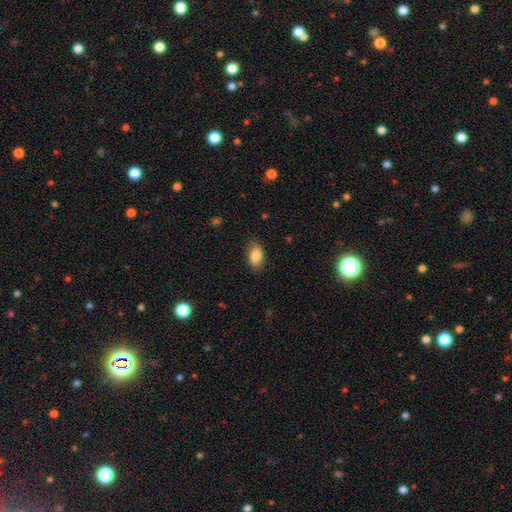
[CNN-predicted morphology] smooth-or-featured: smooth: 86% | star or artifact: 7% | featured or disk: 7%
  how-rounded: in between: 92% | round: 5% | cigar-shaped: 3%
  merging: none: 84% | minor disturbance: 12% | major disturbance: 3% | merger: 1%